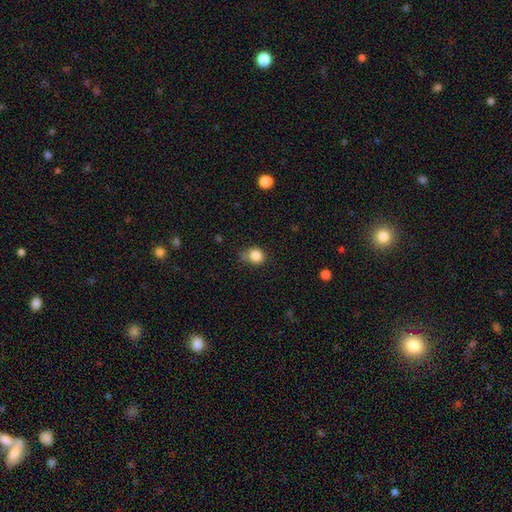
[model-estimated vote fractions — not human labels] This is clearly a smooth galaxy (84%). How rounded: likely round (75%). Merging: possibly none (57%).